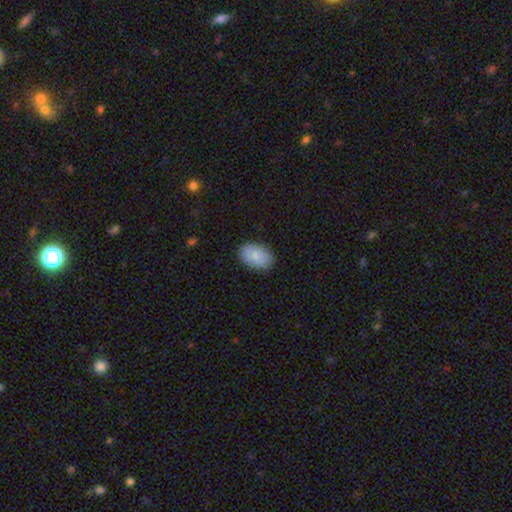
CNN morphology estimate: A smooth galaxy with no disk features (87%) that is in between round and cigar-shaped (89%).

Vote fractions:
- Smooth or featured? smooth: 87% / featured or disk: 7% / star or artifact: 6%
- How rounded? in between: 89% / round: 10% / cigar-shaped: 1%
- Merging? none: 88% / minor disturbance: 9% / major disturbance: 2% / merger: 1%